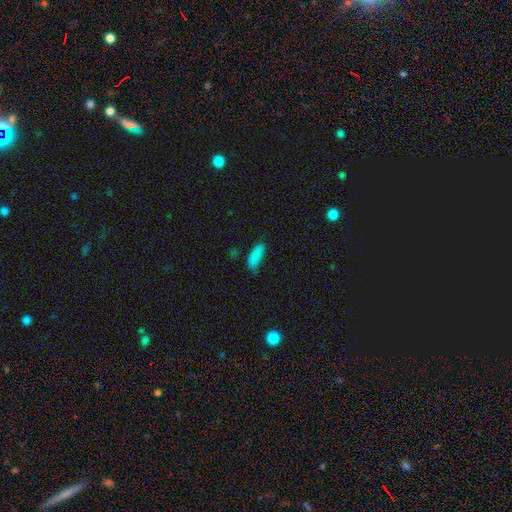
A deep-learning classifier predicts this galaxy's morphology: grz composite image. It shows a smooth galaxy with no disk features (86%) that is in between round and cigar-shaped (59%). Merging: none (70%).